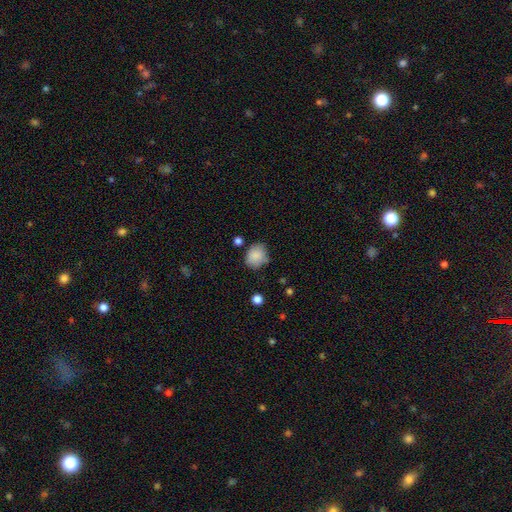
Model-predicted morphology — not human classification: type=smooth (85%); roundness=round (60%); merging=none (68%).